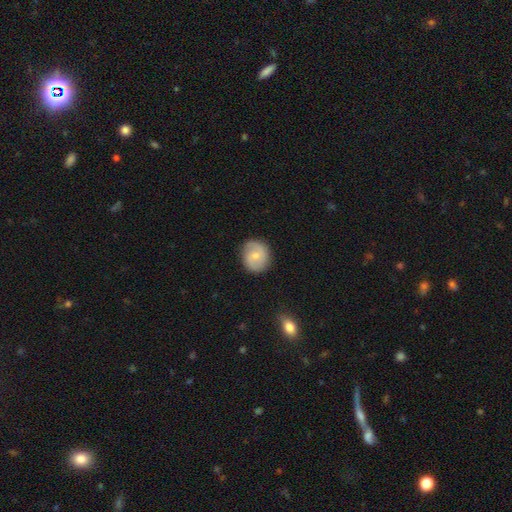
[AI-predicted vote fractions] A featured or disk galaxy (51%). Merging: none (85%).